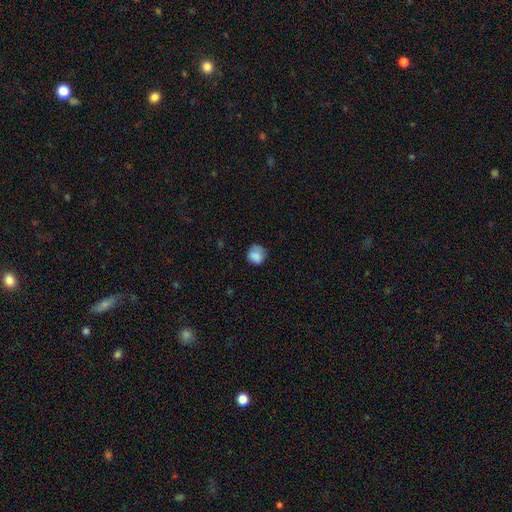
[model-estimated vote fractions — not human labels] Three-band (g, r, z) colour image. It shows a smooth galaxy with no disk features (84%) that is round (80%). Merging: none (66%).